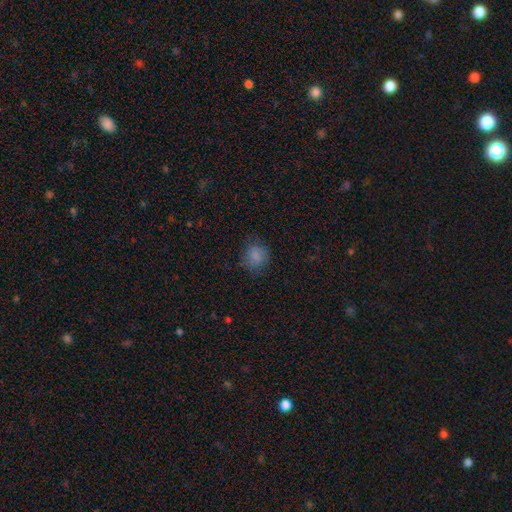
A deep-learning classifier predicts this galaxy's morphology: Smooth or featured?
  - smooth: 82% *
  - star or artifact: 12%
  - featured or disk: 6%
How rounded?
  - round: 78% *
  - in between: 21%
  - cigar-shaped: 1%
Merging?
  - none: 76% *
  - minor disturbance: 17%
  - major disturbance: 6%
  - merger: 1%